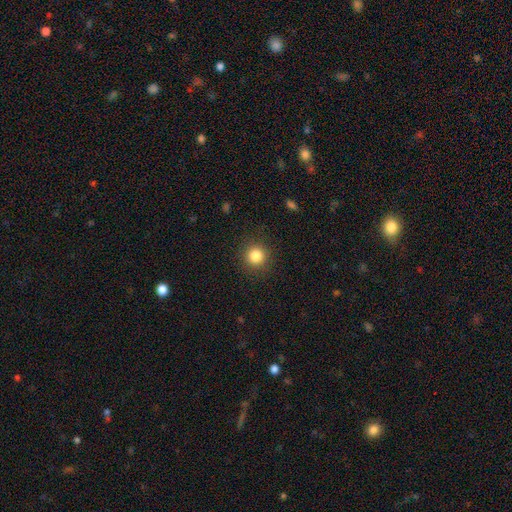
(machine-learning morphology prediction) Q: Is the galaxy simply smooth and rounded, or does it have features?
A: smooth — 84%.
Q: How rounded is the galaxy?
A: round — 94%.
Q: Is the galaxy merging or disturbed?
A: none — 90%.